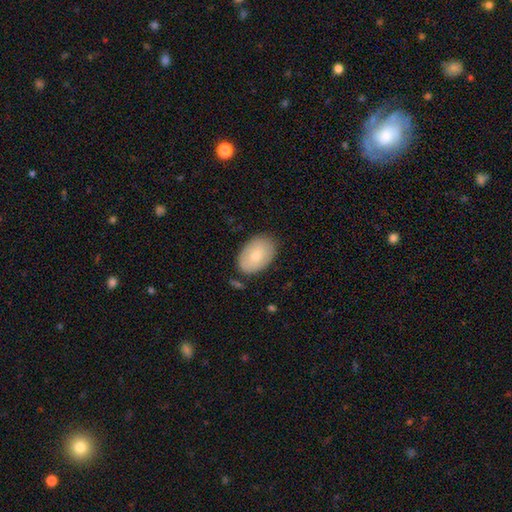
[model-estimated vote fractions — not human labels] The model was most divided on "smooth or featured": smooth: 76%, featured or disk: 19%, star or artifact: 6%. More confident: how rounded — in between (90%); merging — none (80%).